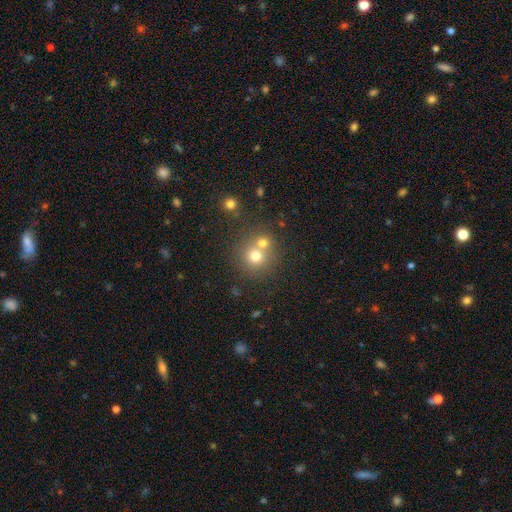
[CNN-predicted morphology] type=smooth (72%); roundness=round (89%); merging=none (51%).